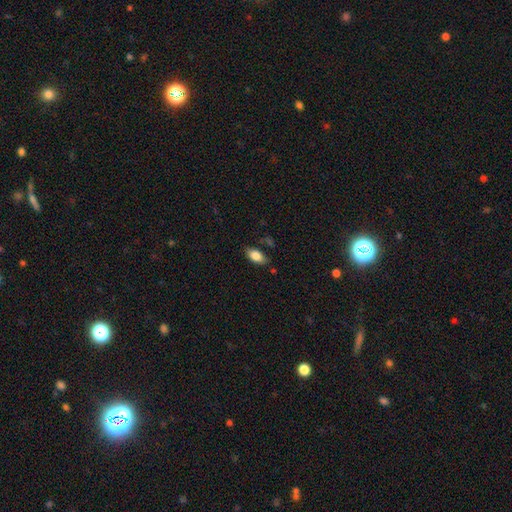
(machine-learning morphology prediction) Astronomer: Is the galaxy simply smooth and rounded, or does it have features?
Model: smooth — 83%.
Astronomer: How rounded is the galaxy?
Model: in between — 90%.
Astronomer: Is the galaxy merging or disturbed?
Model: none — 74%.